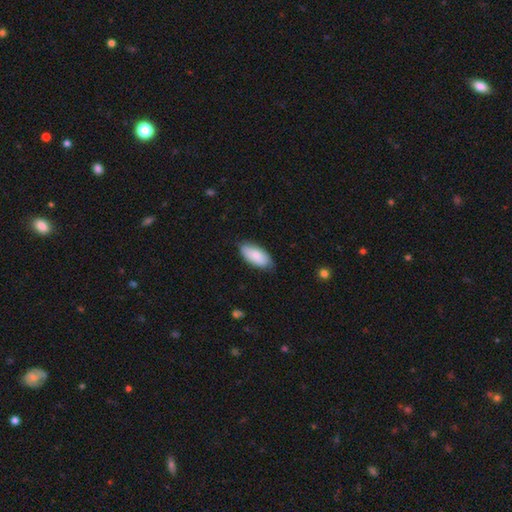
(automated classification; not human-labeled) Smooth or featured? smooth (80%)
How rounded? in between (91%)
Merging? none (79%)